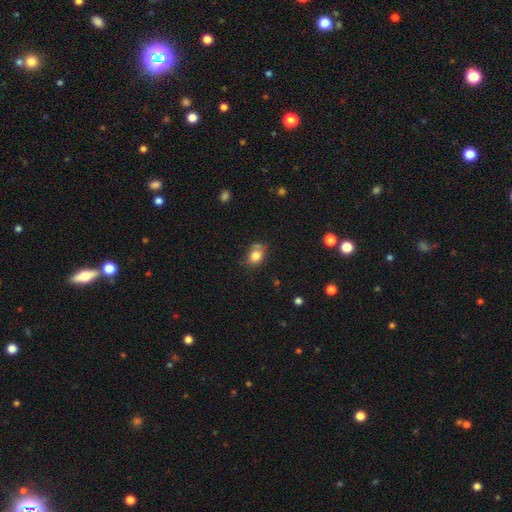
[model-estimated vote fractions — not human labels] smooth-or-featured: smooth: 80% | star or artifact: 11% | featured or disk: 10%
  how-rounded: in between: 52% | round: 47% | cigar-shaped: 1%
  merging: none: 58% | minor disturbance: 26% | merger: 8% | major disturbance: 7%